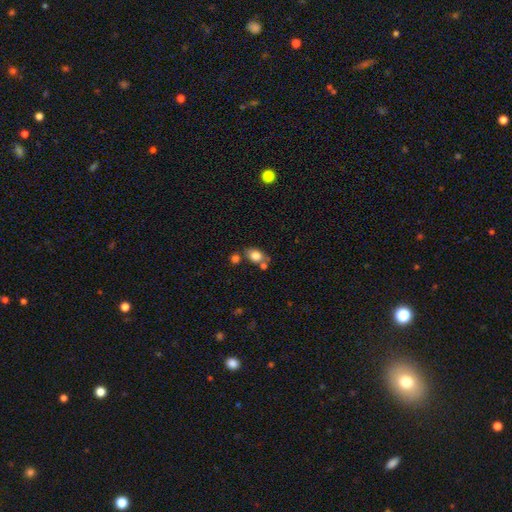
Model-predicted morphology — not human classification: This is likely a smooth galaxy (79%). How rounded: likely in between (68%). Merging: possibly none (58%).